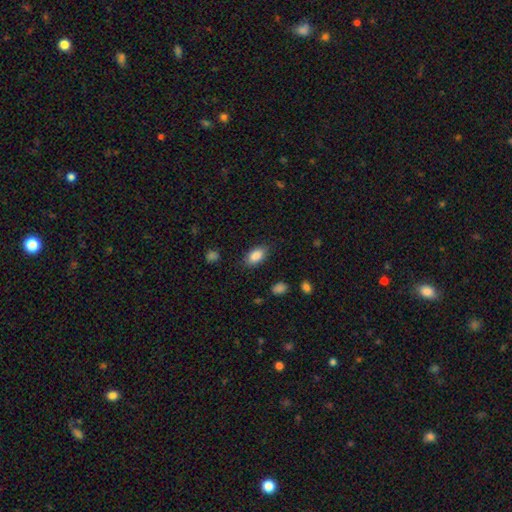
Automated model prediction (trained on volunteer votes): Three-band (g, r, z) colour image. It shows a smooth galaxy with no disk features (88%) that is in between round and cigar-shaped (91%). Merging: none (82%).